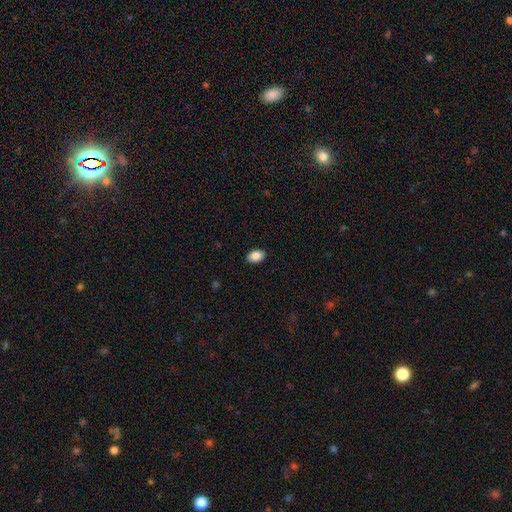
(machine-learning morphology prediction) A smooth galaxy with no disk features (89%) that is in between round and cigar-shaped (88%). Merging: none (89%).